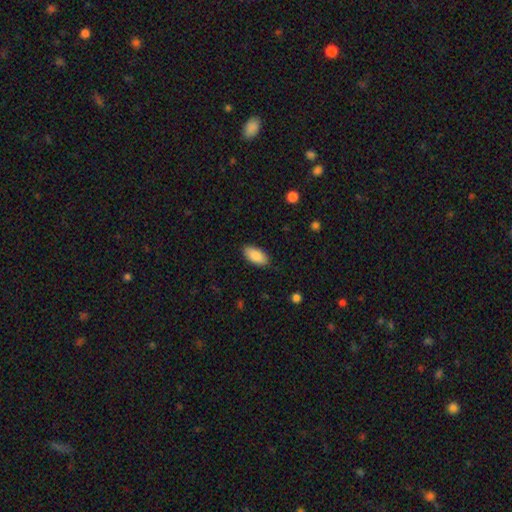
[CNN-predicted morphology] The model was most divided on "merging": none: 87%, minor disturbance: 10%, major disturbance: 2%, merger: 1%. More confident: how rounded — in between (93%); smooth or featured — smooth (89%).